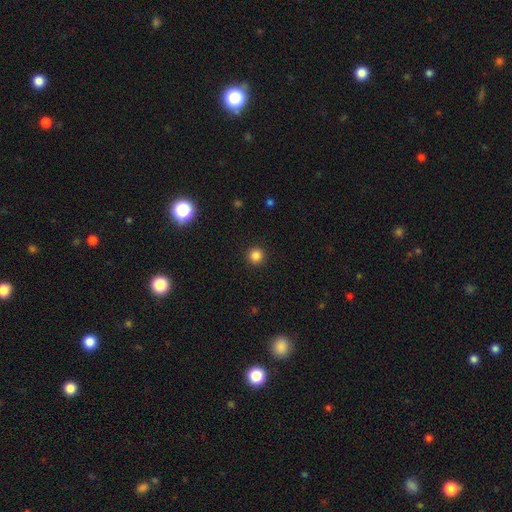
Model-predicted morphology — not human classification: Smooth or featured: smooth — 84% (star or artifact — 12%)
How rounded: round — 96% (in between — 3%)
Merging: none — 93% (minor disturbance — 4%)